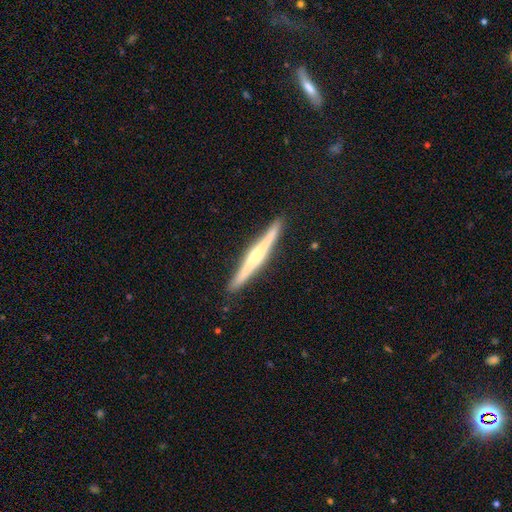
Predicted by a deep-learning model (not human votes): Smooth or featured?
  - featured or disk: 72% *
  - smooth: 22%
  - star or artifact: 6%
Edge-on disk?
  - yes: 98% *
  - no: 2%
Edge-on bulge?
  - rounded: 69% *
  - none: 19%
  - boxy: 12%
Merging?
  - none: 90% *
  - minor disturbance: 7%
  - major disturbance: 1%
  - merger: 1%